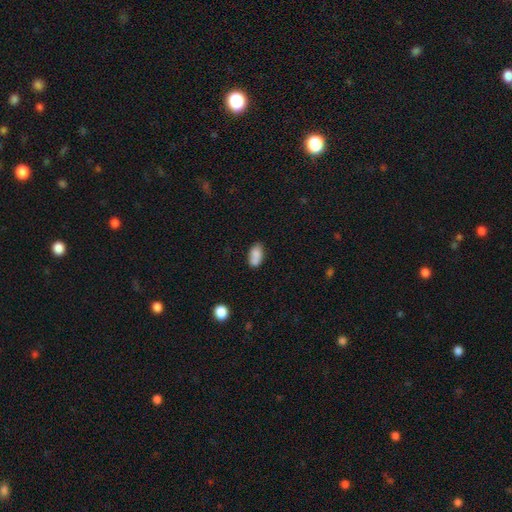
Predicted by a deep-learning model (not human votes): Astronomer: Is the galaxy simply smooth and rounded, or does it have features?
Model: smooth — 81%.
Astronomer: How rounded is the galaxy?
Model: in between — 89%.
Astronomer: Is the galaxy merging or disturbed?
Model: none — 59%.